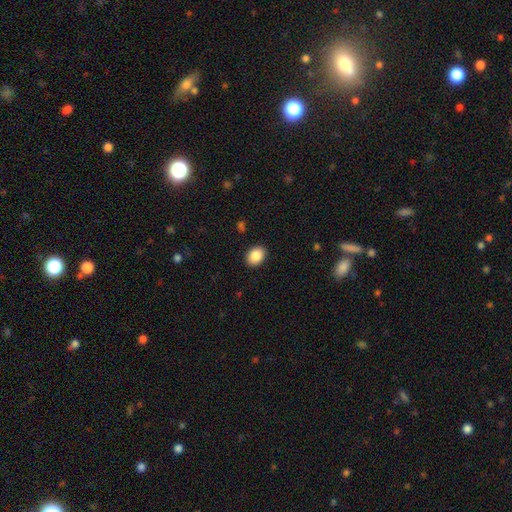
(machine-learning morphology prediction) A smooth galaxy with no disk features (88%) that is in between round and cigar-shaped (67%).

Vote fractions:
- Smooth or featured? smooth: 88% / star or artifact: 8% / featured or disk: 4%
- How rounded? in between: 67% / round: 32% / cigar-shaped: 1%
- Merging? none: 90% / minor disturbance: 7% / major disturbance: 2% / merger: 1%